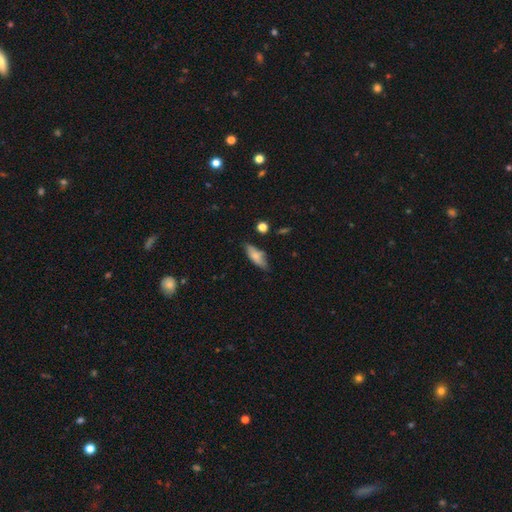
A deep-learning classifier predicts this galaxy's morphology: Smooth or featured: smooth — 73% (featured or disk — 19%)
How rounded: in between — 65% (cigar-shaped — 33%)
Merging: none — 71% (minor disturbance — 21%)